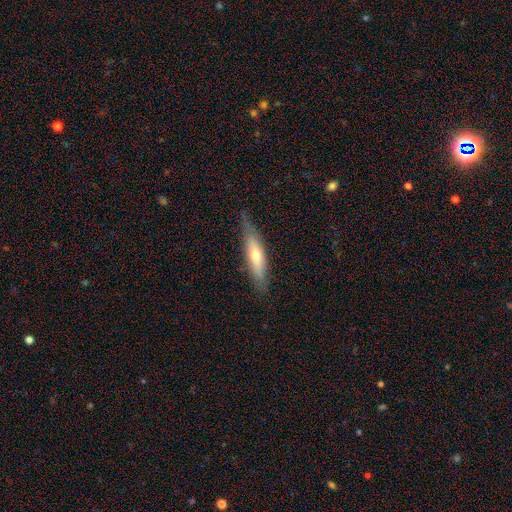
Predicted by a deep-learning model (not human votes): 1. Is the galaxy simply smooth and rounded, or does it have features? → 51% smooth, 43% featured or disk, 6% star or artifact.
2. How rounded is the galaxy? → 73% cigar-shaped, 25% in between, 2% round.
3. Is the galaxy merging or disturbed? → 75% none, 20% minor disturbance, 4% major disturbance, 1% merger.